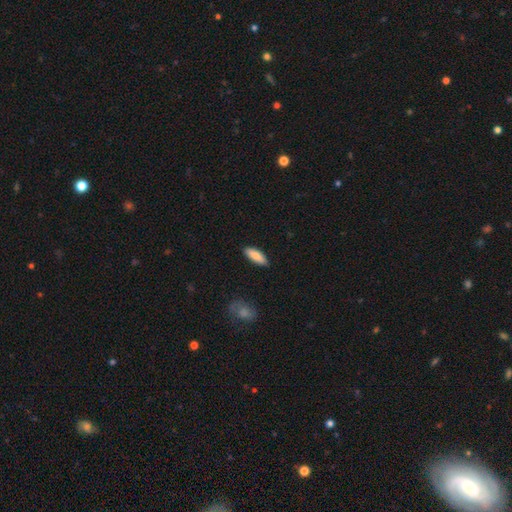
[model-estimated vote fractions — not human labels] This appears to be a smooth galaxy with no disk features (83%) that is in between round and cigar-shaped (63%). Merging: none (87%).